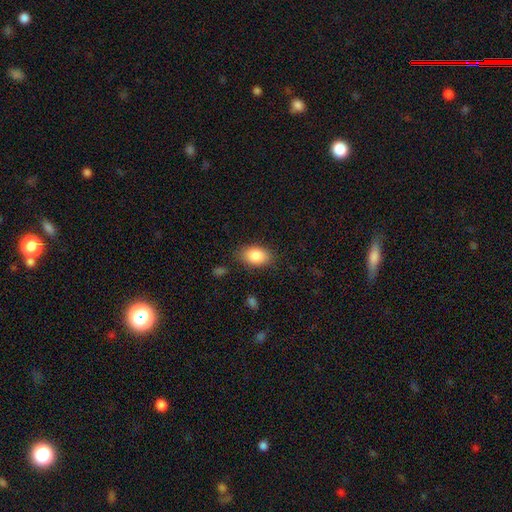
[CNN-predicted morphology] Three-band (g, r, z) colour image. It shows a smooth galaxy with no disk features (86%) that is in between round and cigar-shaped (88%). Merging: none (82%).